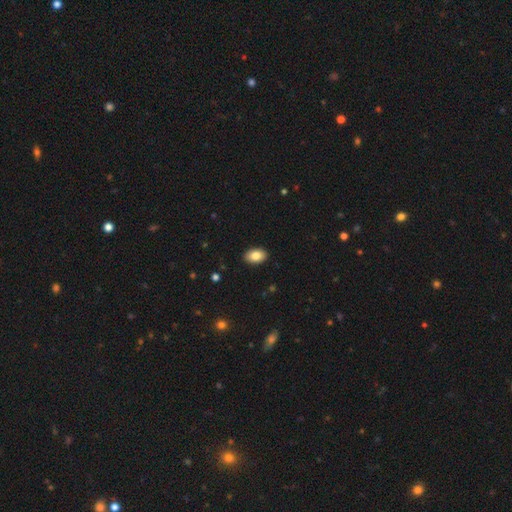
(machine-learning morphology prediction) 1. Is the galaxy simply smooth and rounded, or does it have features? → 85% smooth, 8% featured or disk, 7% star or artifact.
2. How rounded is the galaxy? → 91% in between, 8% round, 1% cigar-shaped.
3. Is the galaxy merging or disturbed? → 90% none, 7% minor disturbance, 2% major disturbance, 1% merger.